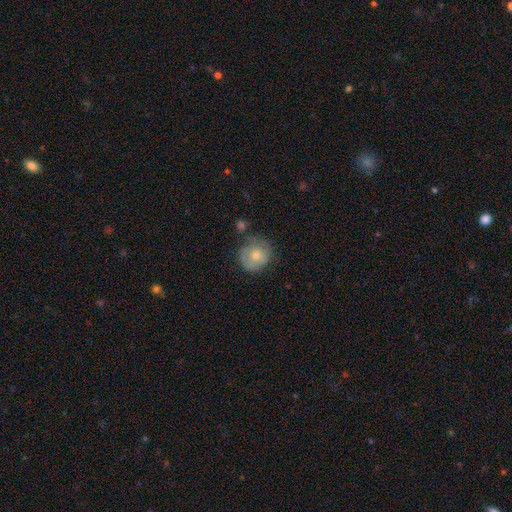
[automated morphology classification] Overall: smooth (66%; featured or disk 26%). How rounded: round (88%). Merging: none (58%; minor disturbance 26%).